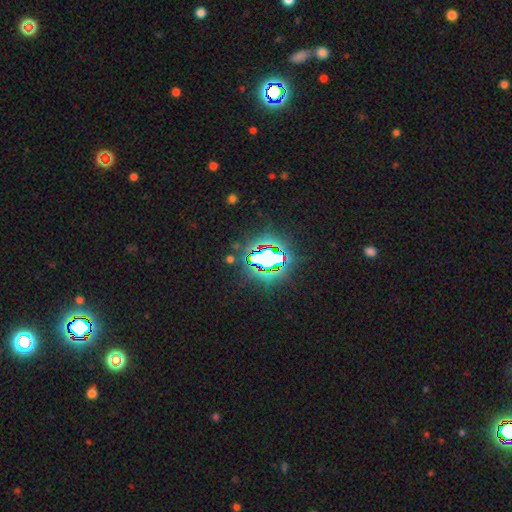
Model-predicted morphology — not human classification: This is clearly a star or artifact rather than a galaxy (80%).